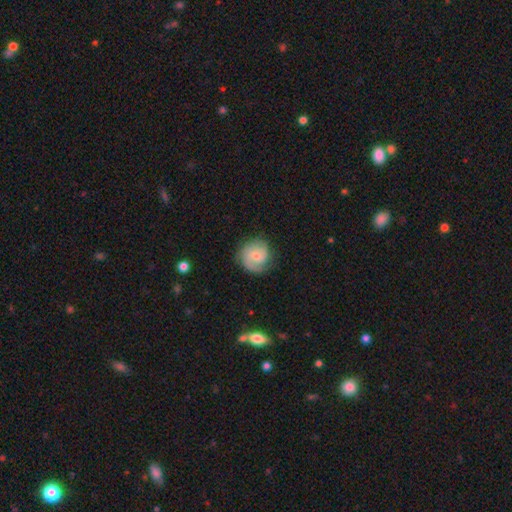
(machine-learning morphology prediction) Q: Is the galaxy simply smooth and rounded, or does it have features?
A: featured or disk — 65%.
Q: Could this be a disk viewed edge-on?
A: no — 98%.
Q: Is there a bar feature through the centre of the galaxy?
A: no — 63%.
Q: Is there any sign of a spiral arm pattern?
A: yes — 93%.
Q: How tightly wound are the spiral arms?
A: tight — 44%.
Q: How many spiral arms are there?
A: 2 — 57%.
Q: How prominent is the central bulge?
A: small — 54%.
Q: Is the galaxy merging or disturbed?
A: none — 77%.